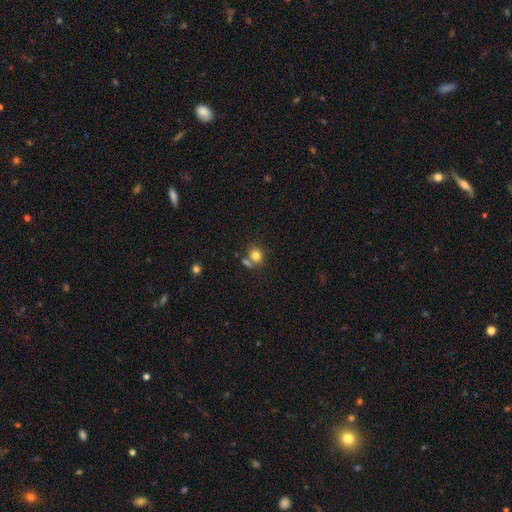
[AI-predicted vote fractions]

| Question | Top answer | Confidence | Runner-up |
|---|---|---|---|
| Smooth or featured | smooth | 80% | star or artifact (12%) |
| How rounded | round | 74% | in between (25%) |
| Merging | none | 57% | merger (27%) |